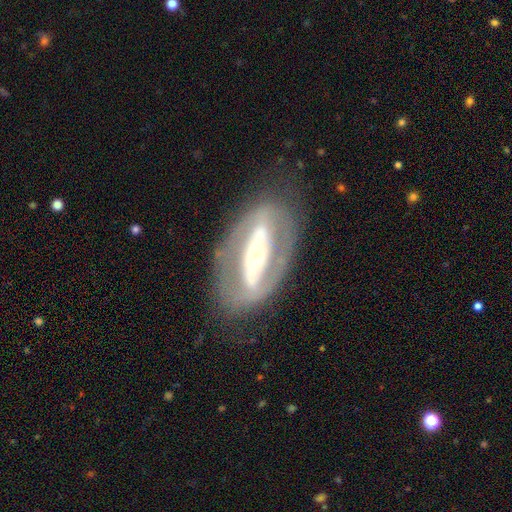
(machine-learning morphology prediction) Q: Smooth or featured?
A: featured or disk (79%); runner-up: smooth (16%)
Q: Edge-on disk?
A: no (87%); runner-up: yes (13%)
Q: Bar?
A: strong (59%); runner-up: no (25%)
Q: Spiral arms?
A: no (58%); runner-up: yes (42%)
Q: Bulge size?
A: moderate (50%); runner-up: small (37%)
Q: Merging?
A: none (74%); runner-up: minor disturbance (14%)